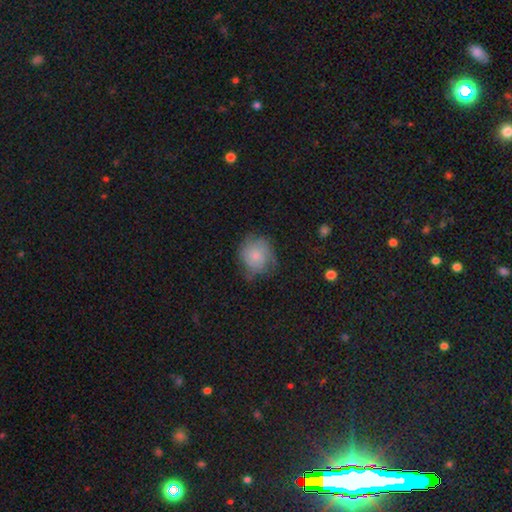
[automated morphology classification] Smooth or featured? smooth (66%)
How rounded? round (77%)
Merging? none (53%)